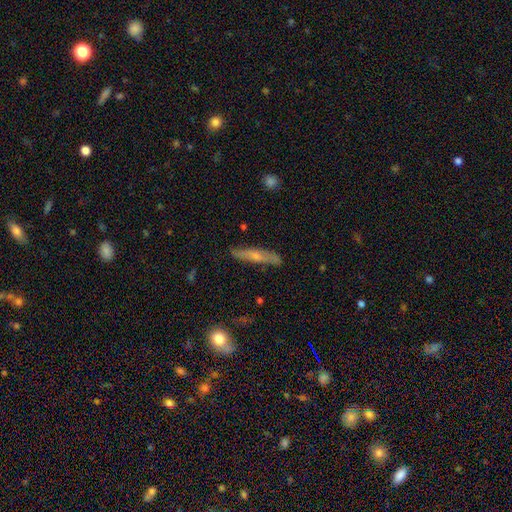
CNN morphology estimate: Smooth or featured?
  - featured or disk: 47% *
  - smooth: 46%
  - star or artifact: 7%
Merging?
  - none: 81% *
  - minor disturbance: 14%
  - major disturbance: 3%
  - merger: 2%